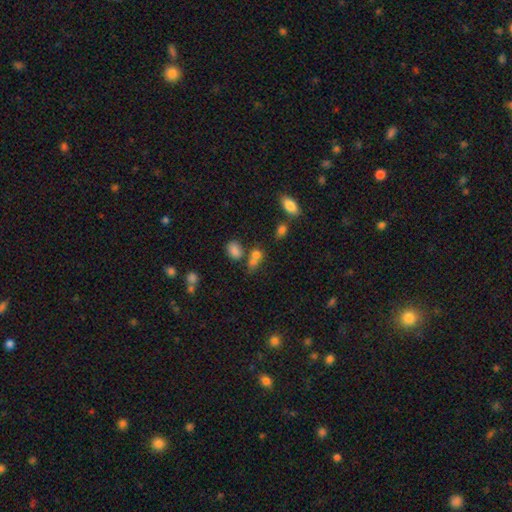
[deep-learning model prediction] This appears to be a smooth galaxy with no disk features (74%) that is in between round and cigar-shaped (62%). Merging: none (41%).